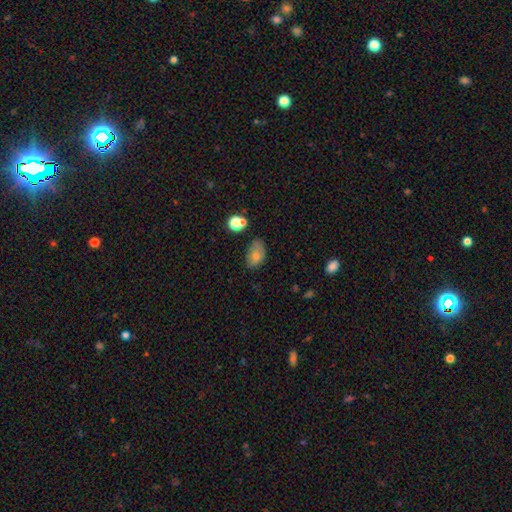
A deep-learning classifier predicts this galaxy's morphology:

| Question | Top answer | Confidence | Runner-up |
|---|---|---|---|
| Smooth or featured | smooth | 70% | featured or disk (17%) |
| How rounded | in between | 86% | round (12%) |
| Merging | none | 61% | minor disturbance (26%) |